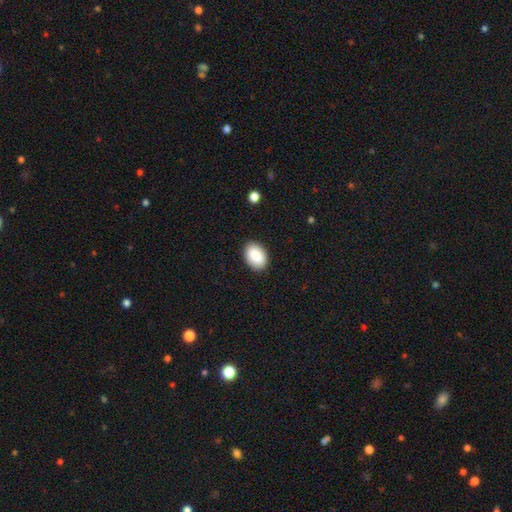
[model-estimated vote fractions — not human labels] smooth_or_featured: smooth (p=0.89) [alt: star or artifact p=0.07]
how_rounded: in between (p=0.88) [alt: round p=0.11]
merging: none (p=0.88) [alt: minor disturbance p=0.09]